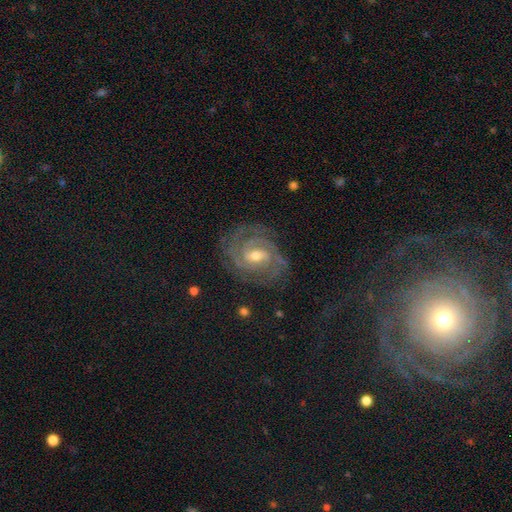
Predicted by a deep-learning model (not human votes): smooth_or_featured: featured or disk (p=0.88) [alt: star or artifact p=0.06]
disk_edge_on: no (p=0.97) [alt: yes p=0.03]
bar: weak (p=0.52) [alt: no p=0.27]
has_spiral_arms: yes (p=0.97) [alt: no p=0.03]
spiral_winding: tight (p=0.68) [alt: medium p=0.27]
spiral_arm_count: 2 (p=0.32) [alt: 3 p=0.28]
bulge_size: moderate (p=0.60) [alt: small p=0.36]
merging: none (p=0.76) [alt: minor disturbance p=0.16]